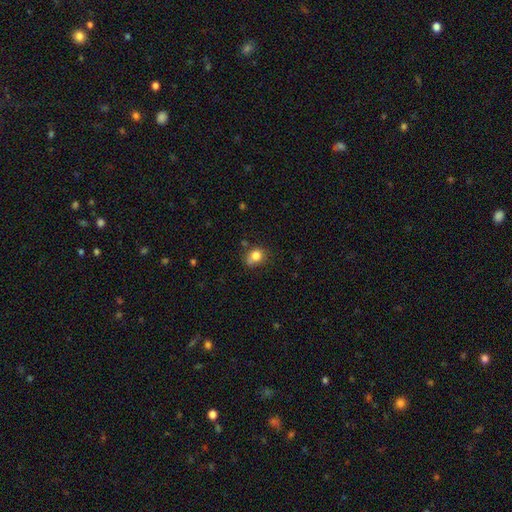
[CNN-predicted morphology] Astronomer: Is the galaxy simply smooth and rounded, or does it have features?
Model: smooth — 81%.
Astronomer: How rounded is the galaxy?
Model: round — 56% (runner-up: in between, 43%).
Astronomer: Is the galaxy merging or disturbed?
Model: none — 57%.